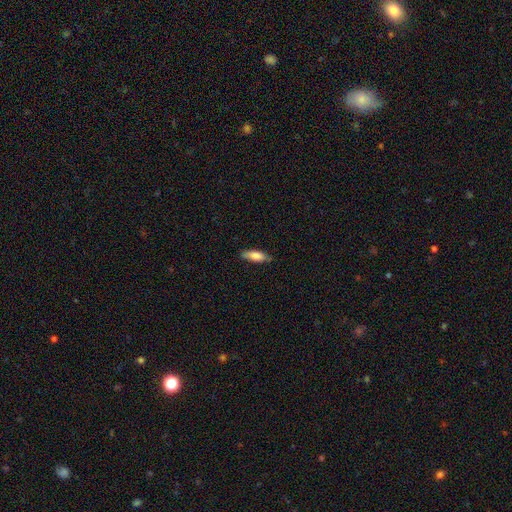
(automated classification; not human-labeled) smooth 78%, featured or disk 16%, star or artifact 6%. Down the decision tree: how rounded — in between (55%); merging — none (80%).